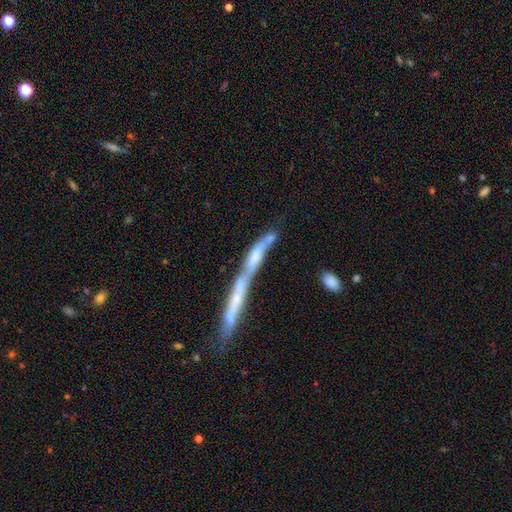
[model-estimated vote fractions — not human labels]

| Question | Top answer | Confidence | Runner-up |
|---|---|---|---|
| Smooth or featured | smooth | 47% | featured or disk (44%) |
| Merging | merger | 71% | none (17%) |